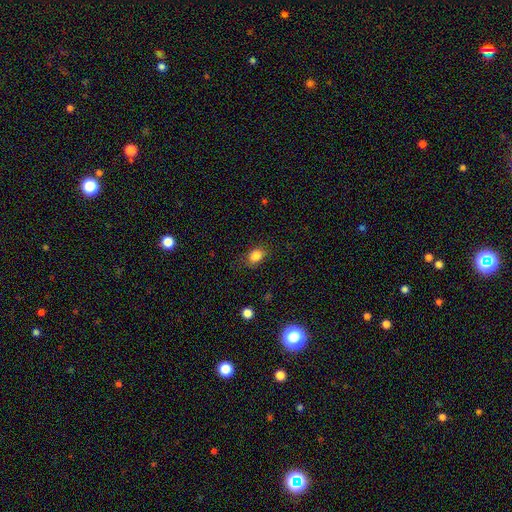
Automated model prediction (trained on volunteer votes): Morphology: type=smooth (84%); roundness=in between (60%); merging=none (79%).